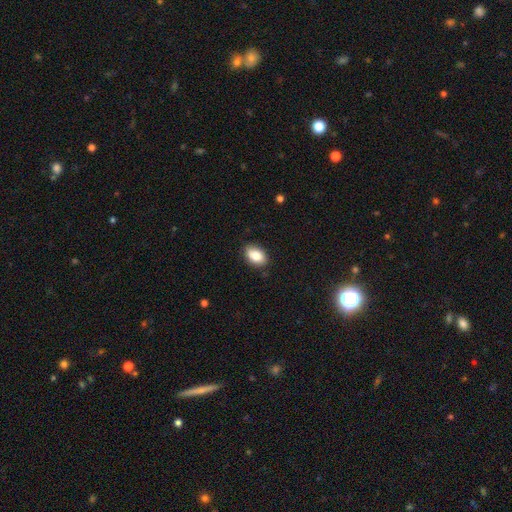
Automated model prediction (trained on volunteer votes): A smooth galaxy with no disk features (87%) that is in between round and cigar-shaped (89%).

Vote fractions:
- Smooth or featured? smooth: 87% / star or artifact: 7% / featured or disk: 6%
- How rounded? in between: 89% / round: 10% / cigar-shaped: 1%
- Merging? none: 85% / minor disturbance: 12% / major disturbance: 2% / merger: 1%